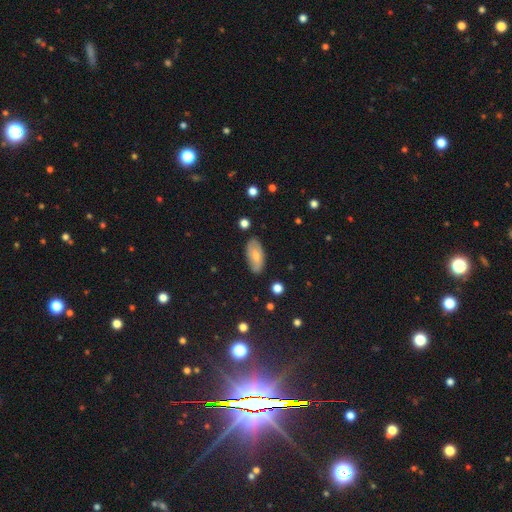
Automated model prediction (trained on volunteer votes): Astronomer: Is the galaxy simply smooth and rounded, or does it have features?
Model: smooth — 68%.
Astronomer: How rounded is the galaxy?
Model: in between — 91%.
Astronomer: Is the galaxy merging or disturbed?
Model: none — 81%.